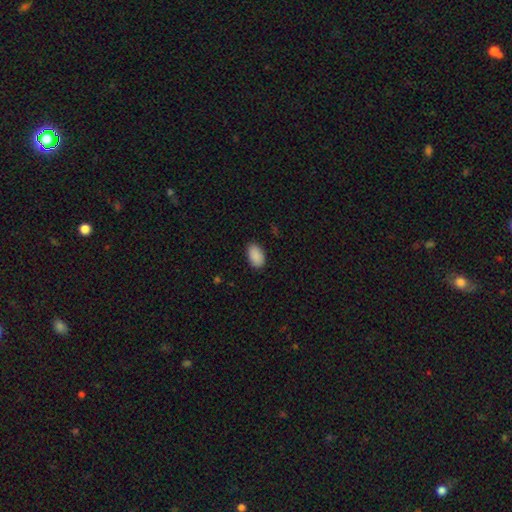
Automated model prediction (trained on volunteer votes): smooth-or-featured: smooth: 91% | star or artifact: 7% | featured or disk: 3%
  how-rounded: in between: 93% | round: 5% | cigar-shaped: 1%
  merging: none: 88% | minor disturbance: 9% | major disturbance: 2% | merger: 1%